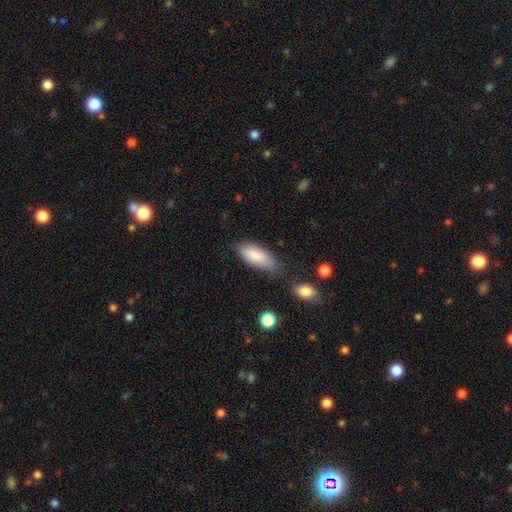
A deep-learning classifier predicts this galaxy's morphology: smooth-or-featured: smooth: 86% | featured or disk: 8% | star or artifact: 6%
  how-rounded: in between: 83% | cigar-shaped: 15% | round: 2%
  merging: none: 64% | minor disturbance: 25% | major disturbance: 6% | merger: 5%